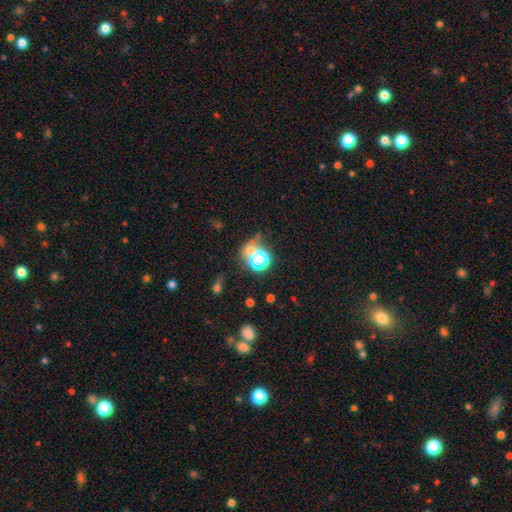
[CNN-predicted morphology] Smooth or featured: star or artifact — 47% (smooth — 42%)